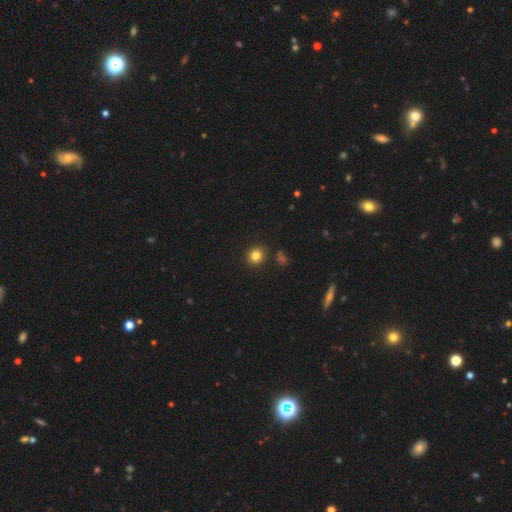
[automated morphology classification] Smooth or featured: smooth — 82% (star or artifact — 12%)
How rounded: round — 89% (in between — 10%)
Merging: none — 89% (minor disturbance — 6%)